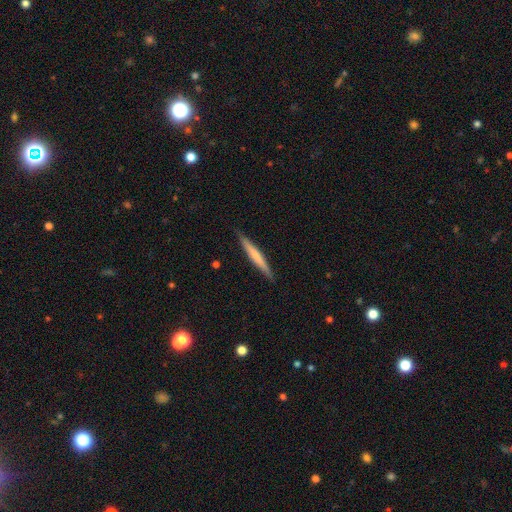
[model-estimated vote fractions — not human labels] This appears to be a smooth galaxy with no disk features (56%) that is cigar-shaped (96%). Merging: none (90%).